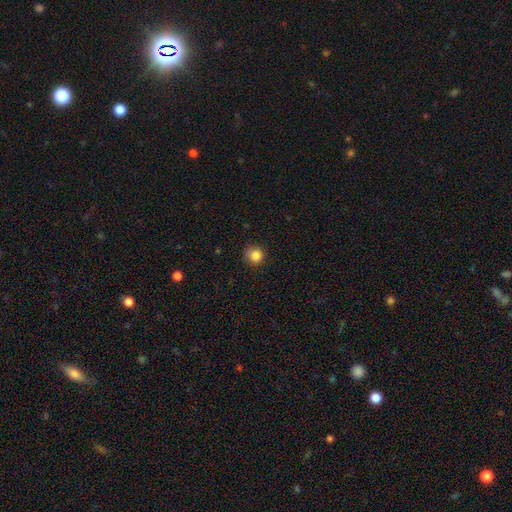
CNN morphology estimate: This appears to be a smooth galaxy with no disk features (84%) that is round (90%). Merging: none (79%).